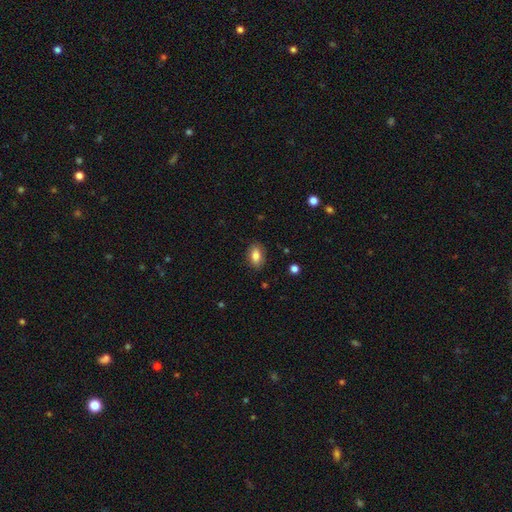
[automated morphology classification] Overall: smooth (81%). How rounded: in between (88%). Merging: none (84%).